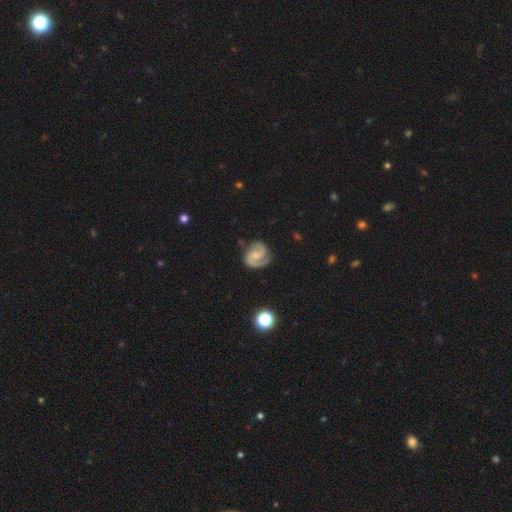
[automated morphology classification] The model was most divided on "bar": no: 46%, weak: 44%, strong: 10%. Remaining: edge-on disk — no (98%); spiral arms — yes (97%); smooth or featured — featured or disk (83%); spiral arm count — 2 (82%); merging — none (73%); spiral winding — medium (50%); bulge size — small (46%).